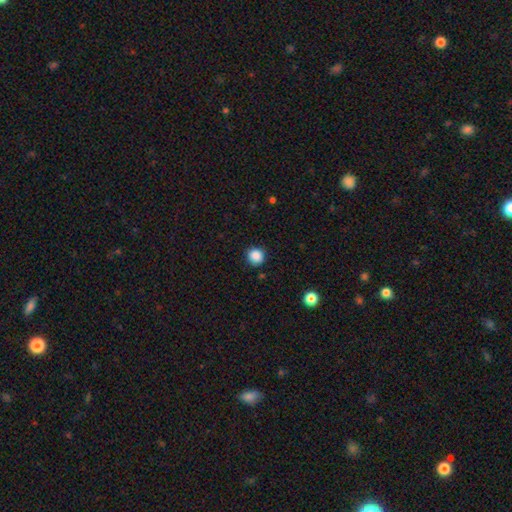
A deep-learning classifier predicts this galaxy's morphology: Overall: smooth (87%). How rounded: round (91%). Merging: none (89%).